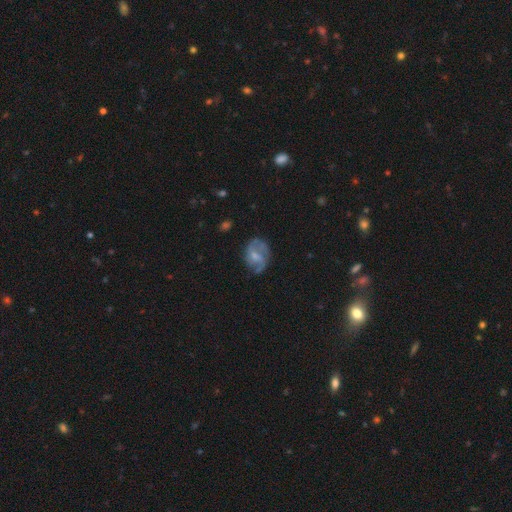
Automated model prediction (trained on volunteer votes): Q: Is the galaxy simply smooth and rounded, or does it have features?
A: featured or disk — 64%.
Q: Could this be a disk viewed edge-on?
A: no — 97%.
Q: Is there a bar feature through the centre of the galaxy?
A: no — 51%.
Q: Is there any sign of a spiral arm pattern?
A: yes — 82%.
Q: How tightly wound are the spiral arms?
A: medium — 46%.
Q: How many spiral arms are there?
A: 2 — 56%.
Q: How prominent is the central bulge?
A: small — 44%.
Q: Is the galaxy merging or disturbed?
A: none — 59%.